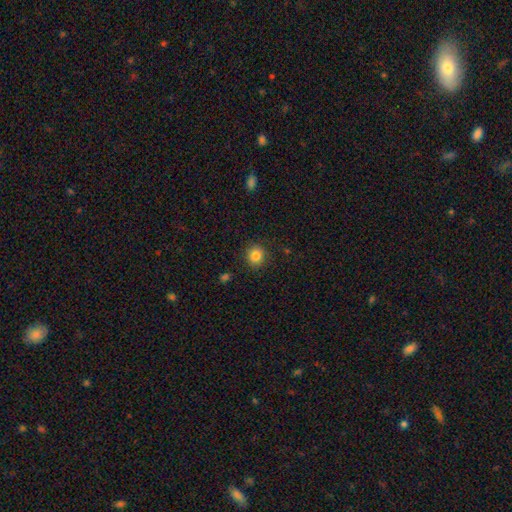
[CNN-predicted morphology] The model was most divided on "smooth or featured": smooth: 84%, star or artifact: 11%, featured or disk: 5%. More confident: merging — none (89%); how rounded — round (89%).